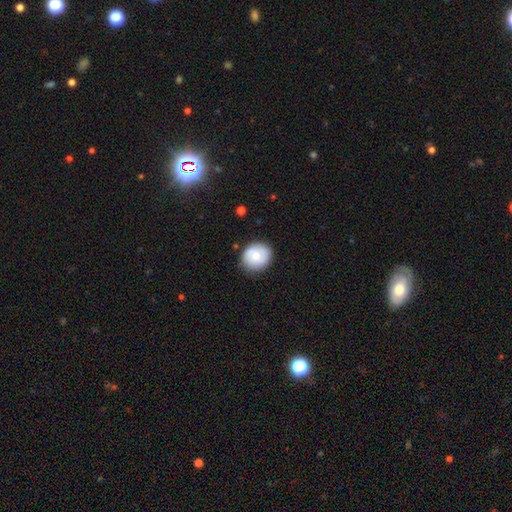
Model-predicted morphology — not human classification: Smooth or featured? Predicted: smooth (p=0.73). How rounded? Predicted: round (p=0.73). Merging? Predicted: none (p=0.83).